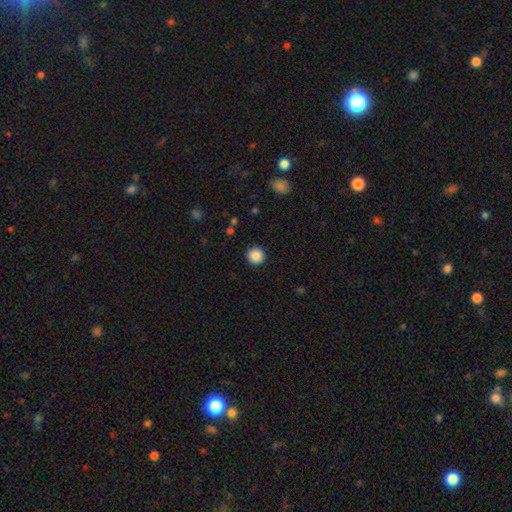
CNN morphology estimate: Smooth or featured? smooth (88%)
How rounded? round (94%)
Merging? none (92%)